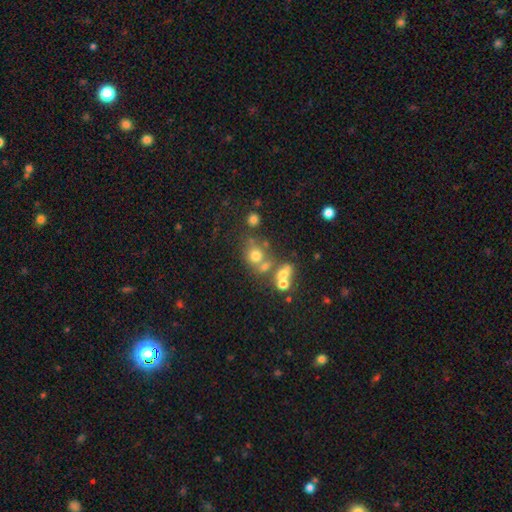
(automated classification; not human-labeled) A smooth galaxy with no disk features (65%) that is round (74%).

Vote fractions:
- Smooth or featured? smooth: 65% / star or artifact: 19% / featured or disk: 16%
- How rounded? round: 74% / in between: 25% / cigar-shaped: 1%
- Merging? none: 48% / merger: 33% / minor disturbance: 11% / major disturbance: 8%